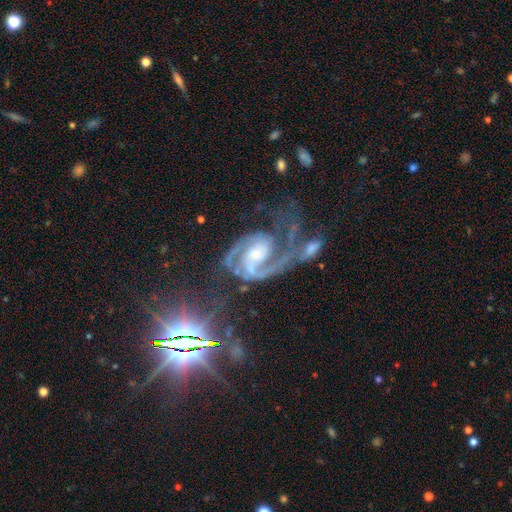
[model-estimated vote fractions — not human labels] This appears to be a featured or disk galaxy (90%) with no bar (48%), 2 (73%) medium (52%) spiral arms (98%) and a moderate central bulge (37%, tied with small). Merging: major disturbance (34%).